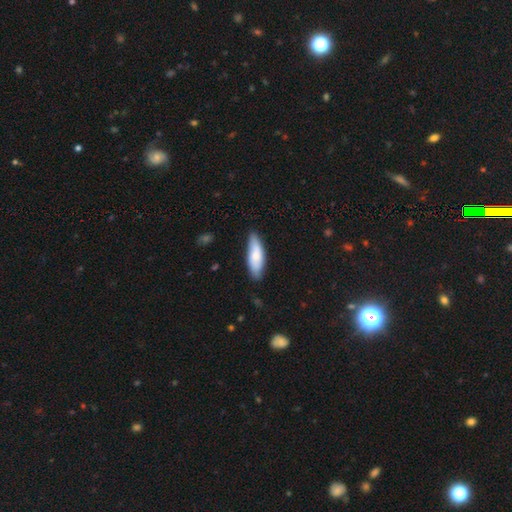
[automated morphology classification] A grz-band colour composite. It shows a smooth galaxy with no disk features (74%) that is in between round and cigar-shaped (62%). Merging: none (79%).